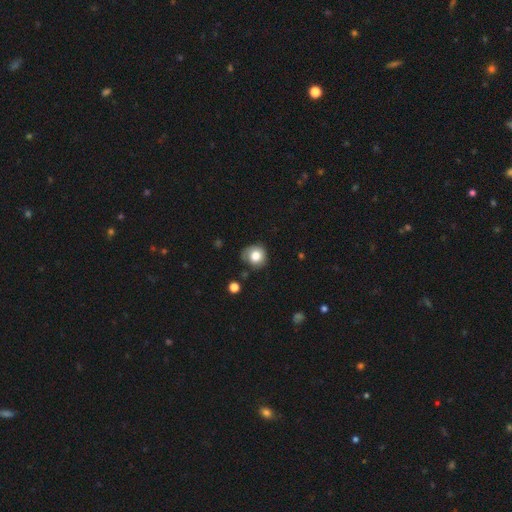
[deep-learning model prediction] Morphology: type=smooth (80%); roundness=round (83%); merging=none (65%).